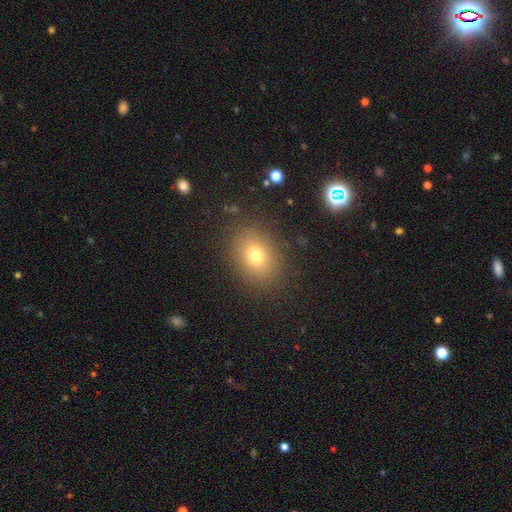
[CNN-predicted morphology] The model was most divided on "how rounded": in between: 59%, round: 40%, cigar-shaped: 1%. More confident: merging — none (85%); smooth or featured — smooth (73%).